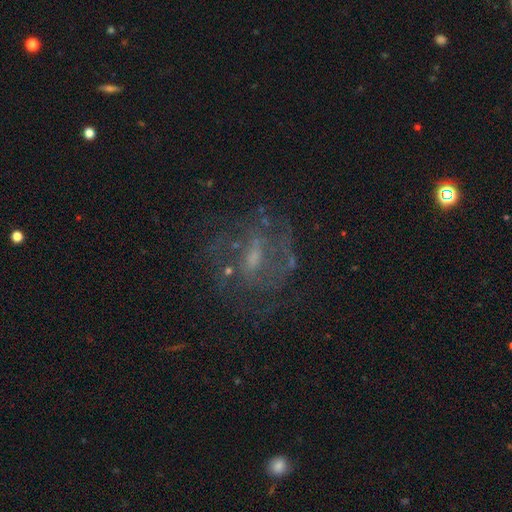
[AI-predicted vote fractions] Q: Smooth or featured?
A: featured or disk (72%); runner-up: star or artifact (15%)
Q: Edge-on disk?
A: no (96%); runner-up: yes (4%)
Q: Bar?
A: weak (52%); runner-up: no (30%)
Q: Spiral arms?
A: yes (73%); runner-up: no (27%)
Q: Spiral winding?
A: medium (45%); runner-up: tight (32%)
Q: Spiral arm count?
A: can't tell (43%); runner-up: 2 (31%)
Q: Bulge size?
A: small (46%); runner-up: moderate (31%)
Q: Merging?
A: none (63%); runner-up: major disturbance (18%)